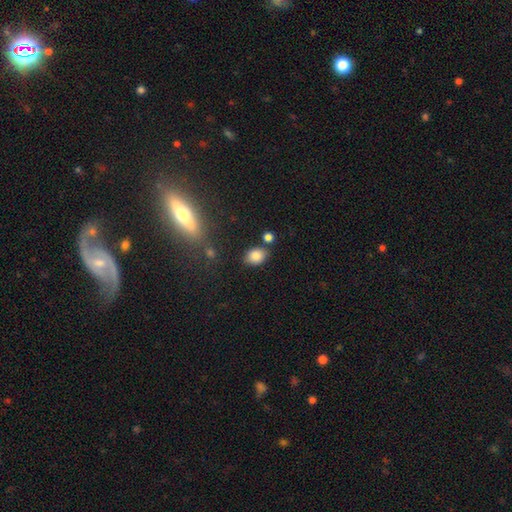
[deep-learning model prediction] Smooth or featured? Predicted: smooth (p=0.84). How rounded? Predicted: in between (p=0.74). Merging? Predicted: none (p=0.77).